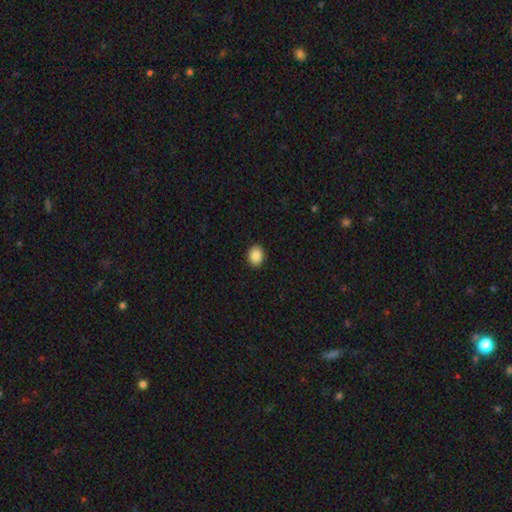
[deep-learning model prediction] A smooth galaxy with no disk features (88%) that is round (56%).

Vote fractions:
- Smooth or featured? smooth: 88% / star or artifact: 8% / featured or disk: 4%
- How rounded? round: 56% / in between: 43% / cigar-shaped: 1%
- Merging? none: 91% / minor disturbance: 6% / major disturbance: 2% / merger: 1%